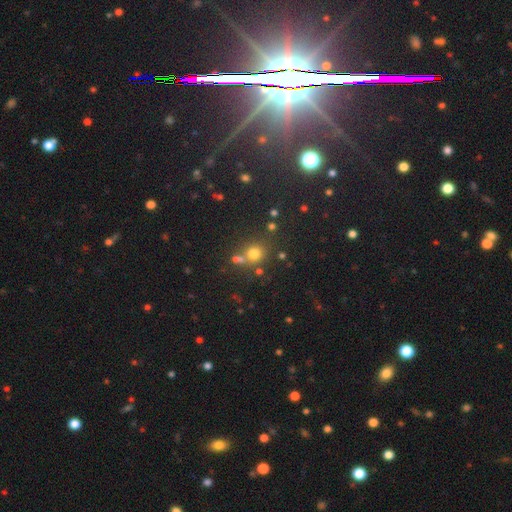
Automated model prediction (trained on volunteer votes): Overall: smooth (60%; star or artifact 30%). How rounded: round (86%). Merging: none (62%; merger 25%).